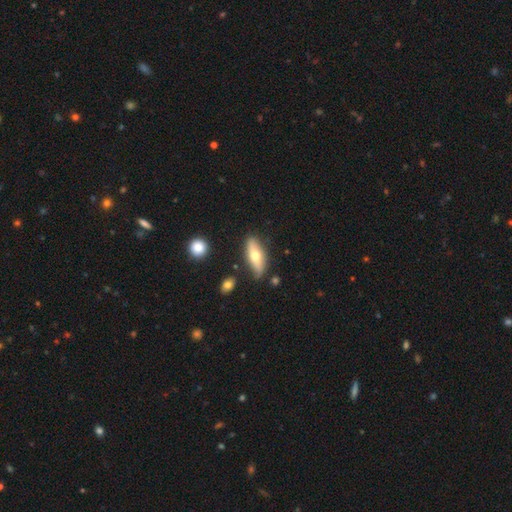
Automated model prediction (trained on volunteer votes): This appears to be a smooth galaxy with no disk features (57%) that is in between round and cigar-shaped (65%). Merging: none (77%).